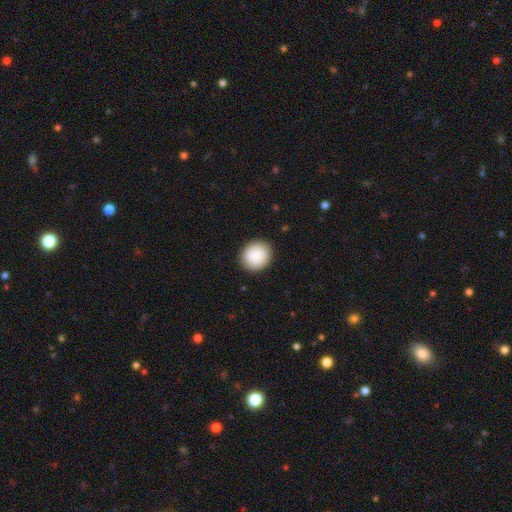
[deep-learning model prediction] A smooth galaxy with no disk features (88%) that is round (81%). Merging: none (90%).